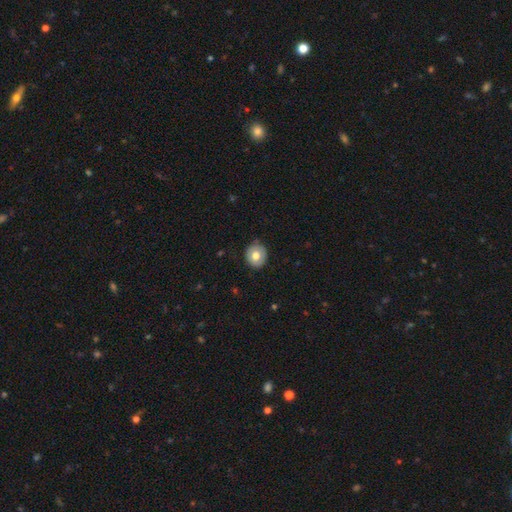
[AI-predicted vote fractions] Smooth or featured? smooth (70%)
How rounded? round (80%)
Merging? none (85%)